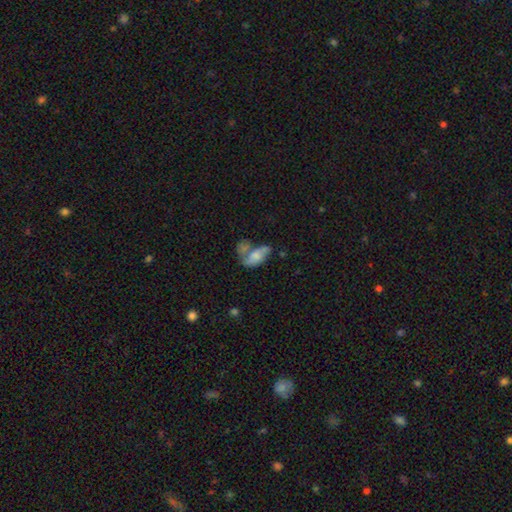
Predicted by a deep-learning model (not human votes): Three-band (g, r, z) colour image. It shows a smooth galaxy with no disk features (57%) that is in between round and cigar-shaped (88%). Merging: merger (46%).